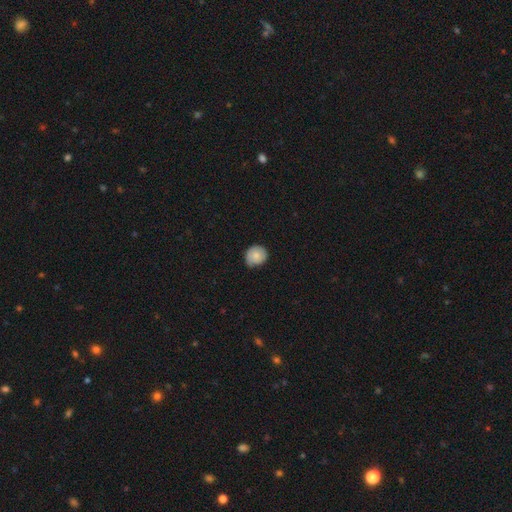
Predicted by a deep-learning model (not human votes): Smooth or featured? smooth (72%)
How rounded? round (84%)
Merging? none (66%)